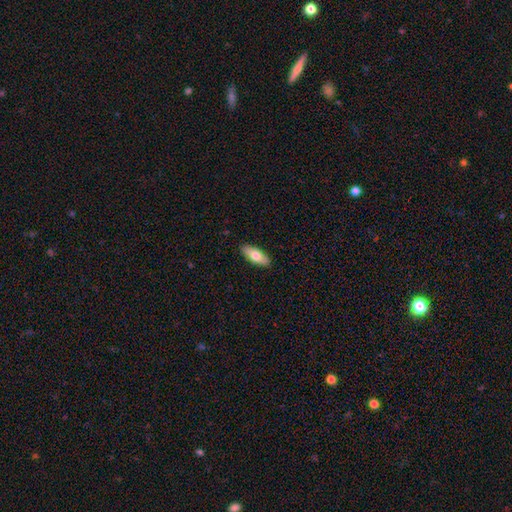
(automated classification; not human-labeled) A smooth galaxy with no disk features (73%) that is in between round and cigar-shaped (76%). Merging: none (90%).